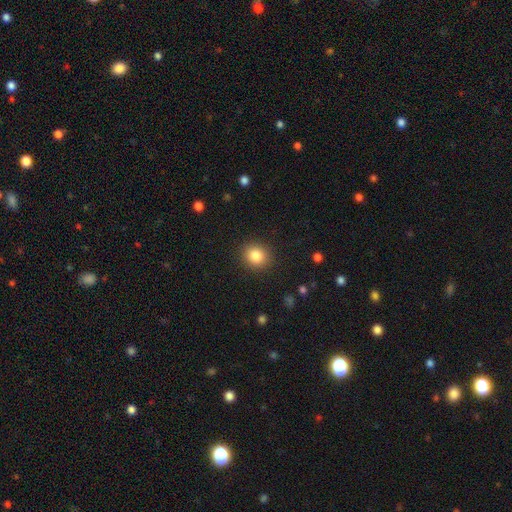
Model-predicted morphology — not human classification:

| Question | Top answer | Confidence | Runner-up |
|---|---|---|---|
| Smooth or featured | smooth | 84% | star or artifact (10%) |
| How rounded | round | 80% | in between (19%) |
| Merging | none | 90% | minor disturbance (7%) |